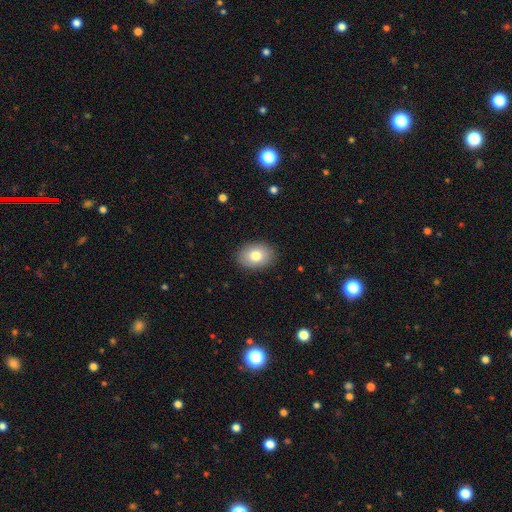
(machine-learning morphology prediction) Smooth or featured? smooth (79%)
How rounded? in between (77%)
Merging? none (89%)